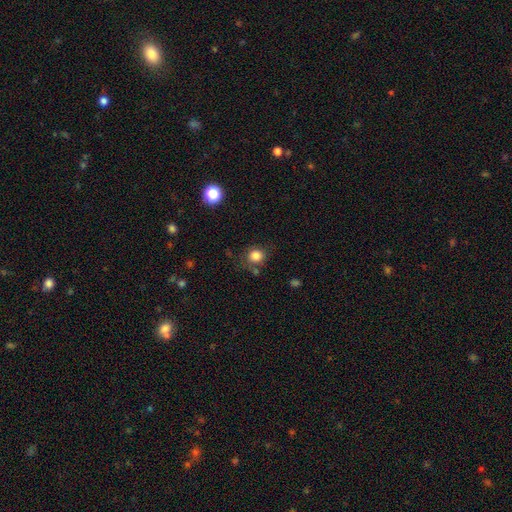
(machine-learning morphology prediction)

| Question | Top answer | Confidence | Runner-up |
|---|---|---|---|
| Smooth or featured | smooth | 83% | star or artifact (12%) |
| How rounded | round | 84% | in between (15%) |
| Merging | none | 74% | minor disturbance (16%) |